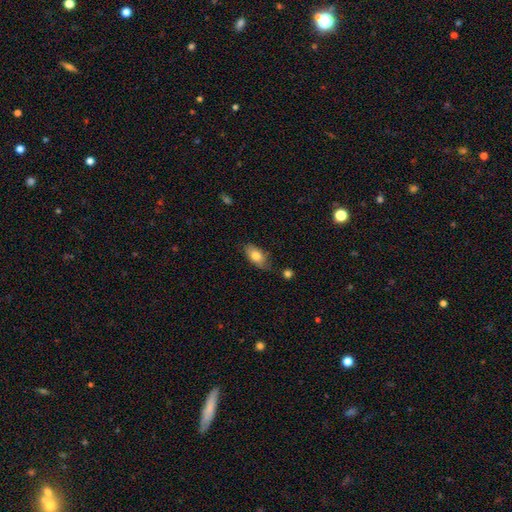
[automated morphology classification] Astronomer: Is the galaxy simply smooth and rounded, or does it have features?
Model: smooth — 77%.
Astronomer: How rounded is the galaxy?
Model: in between — 90%.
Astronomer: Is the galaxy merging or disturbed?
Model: none — 73%.